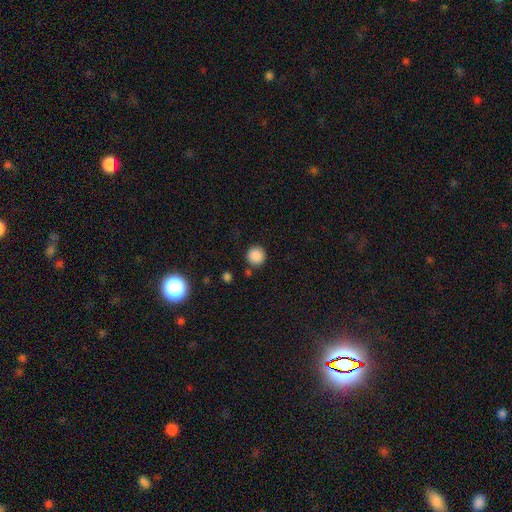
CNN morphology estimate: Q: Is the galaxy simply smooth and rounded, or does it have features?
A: smooth — 87%.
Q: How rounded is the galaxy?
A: round — 95%.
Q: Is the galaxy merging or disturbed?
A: none — 86%.